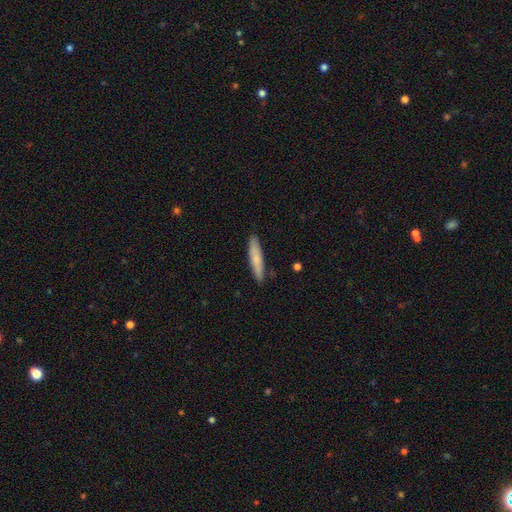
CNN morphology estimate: Smooth or featured: smooth — 75% (featured or disk — 20%)
How rounded: cigar-shaped — 87% (in between — 12%)
Merging: none — 87% (minor disturbance — 10%)